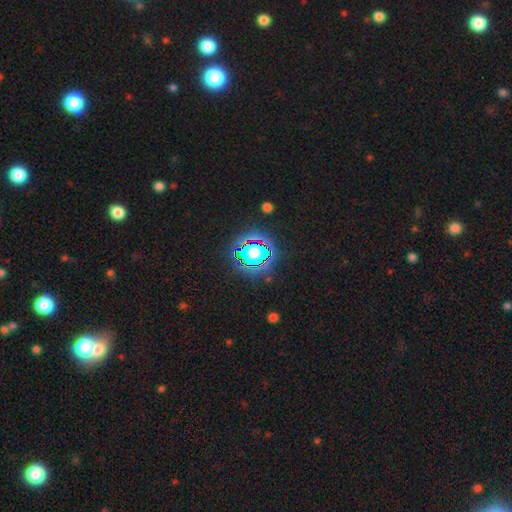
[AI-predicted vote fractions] Smooth or featured? Predicted: star or artifact (p=0.66).